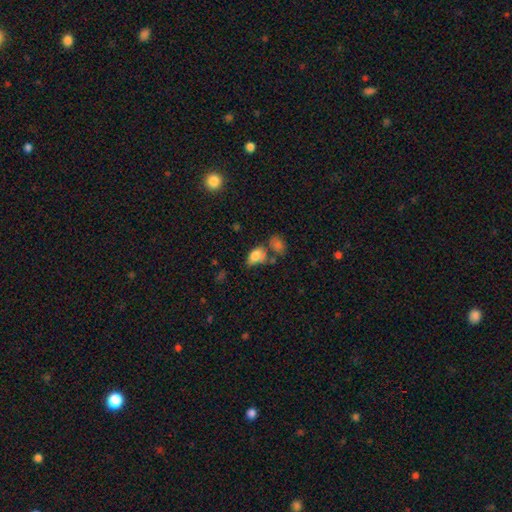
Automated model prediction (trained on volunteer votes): The model was most divided on "merging": none: 41%, merger: 27%, minor disturbance: 21%, major disturbance: 11%. More confident: how rounded — in between (90%); smooth or featured — smooth (79%).